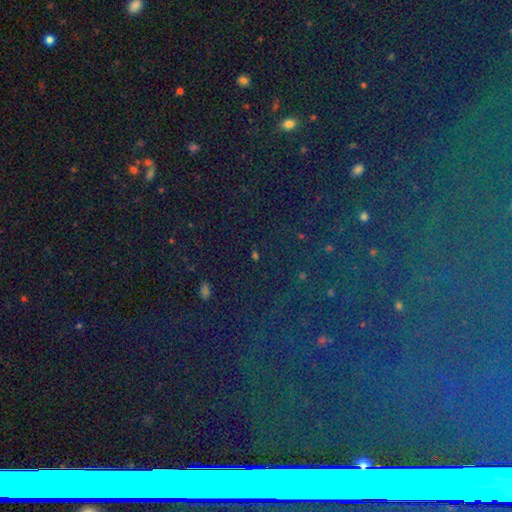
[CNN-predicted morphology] A star or artifact, not a galaxy (69%).